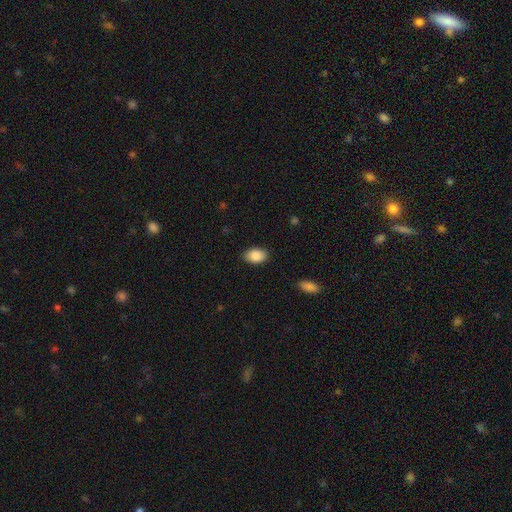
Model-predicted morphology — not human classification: Overall: smooth (89%). How rounded: in between (88%). Merging: none (84%).